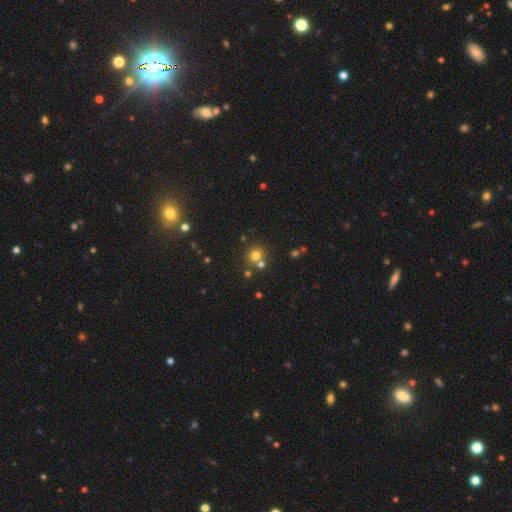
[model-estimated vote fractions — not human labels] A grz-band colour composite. It shows a smooth galaxy with no disk features (70%) that is round (89%). Merging: none (66%).